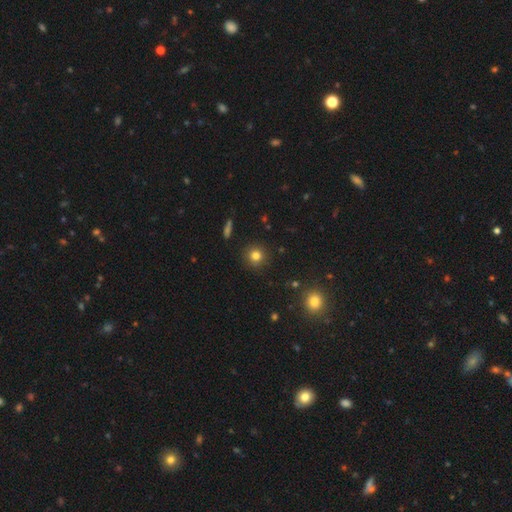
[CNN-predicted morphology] Q: Smooth or featured?
A: smooth (80%); runner-up: star or artifact (14%)
Q: How rounded?
A: round (92%); runner-up: in between (7%)
Q: Merging?
A: none (90%); runner-up: minor disturbance (7%)